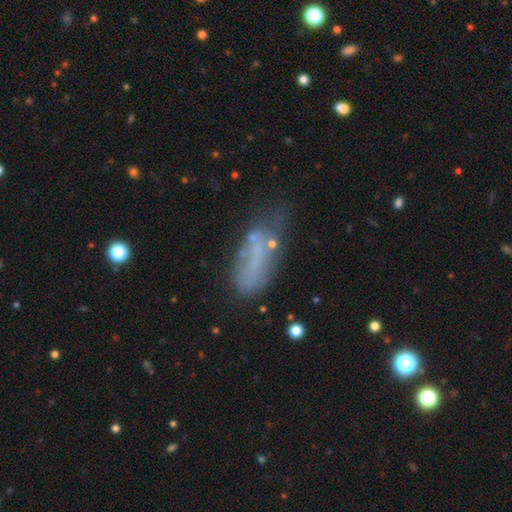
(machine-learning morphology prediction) Smooth or featured? smooth (50%)
Merging? none (44%)